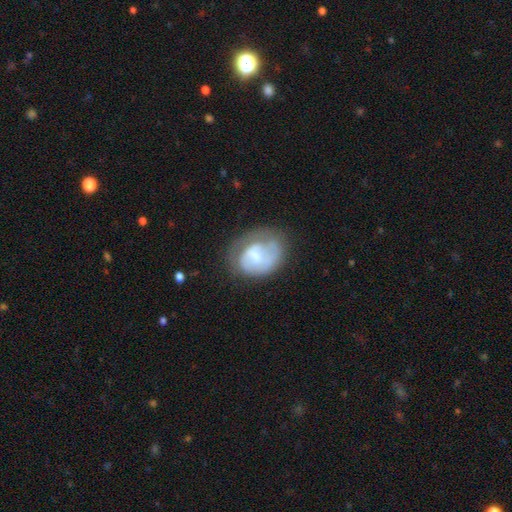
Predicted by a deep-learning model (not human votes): A featured or disk galaxy (54%) with no bar (51%), spiral arms (66%) and a moderate central bulge (33%). Merging: none (51%).